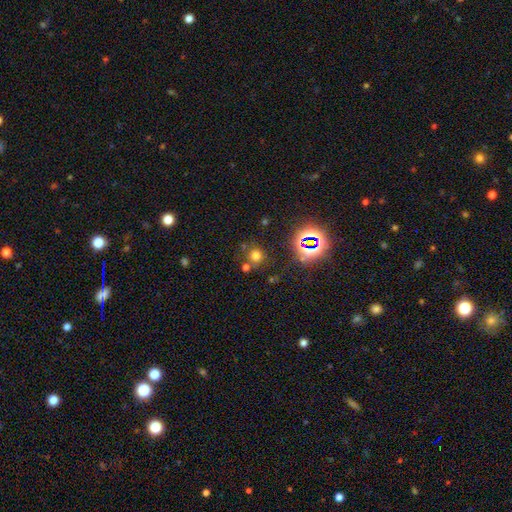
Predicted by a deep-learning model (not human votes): Smooth or featured?
  - smooth: 62% *
  - star or artifact: 29%
  - featured or disk: 9%
How rounded?
  - round: 90% *
  - in between: 9%
  - cigar-shaped: 1%
Merging?
  - none: 71% *
  - merger: 15%
  - minor disturbance: 9%
  - major disturbance: 4%